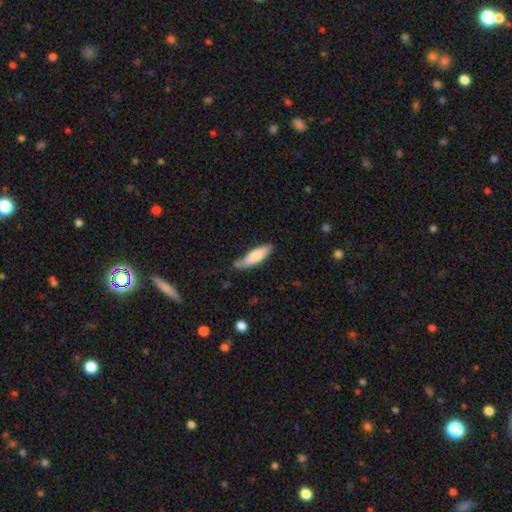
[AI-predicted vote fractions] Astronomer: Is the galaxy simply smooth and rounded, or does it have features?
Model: smooth — 75%.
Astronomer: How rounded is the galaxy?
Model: cigar-shaped — 57% (runner-up: in between, 41%).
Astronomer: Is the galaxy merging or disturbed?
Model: none — 61%.